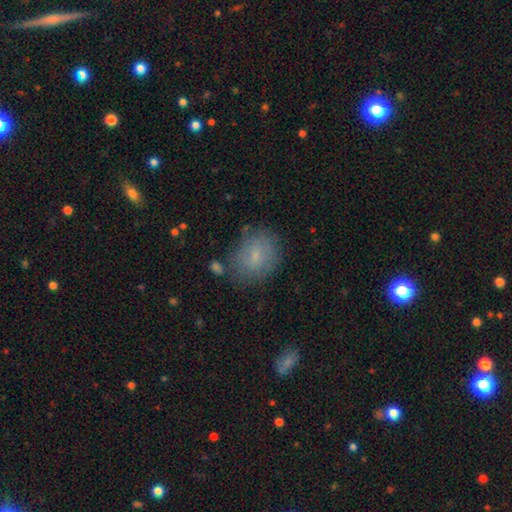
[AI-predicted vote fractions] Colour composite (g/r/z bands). It shows a smooth galaxy with no disk features (72%) that is round (59%). Merging: none (74%).